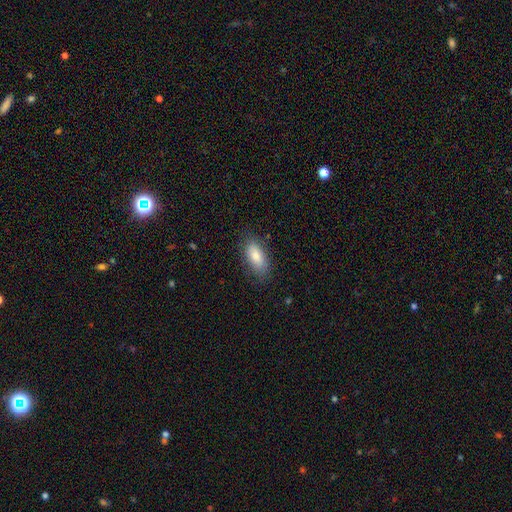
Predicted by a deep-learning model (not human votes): smooth_or_featured: smooth (p=0.81) [alt: featured or disk p=0.13]
how_rounded: in between (p=0.87) [alt: cigar-shaped p=0.11]
merging: none (p=0.82) [alt: minor disturbance p=0.14]